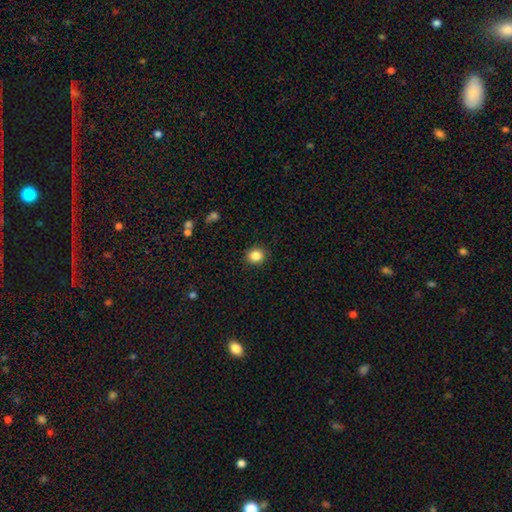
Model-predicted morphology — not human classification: smooth-or-featured: smooth: 86% | star or artifact: 10% | featured or disk: 4%
  how-rounded: round: 73% | in between: 26% | cigar-shaped: 1%
  merging: none: 90% | minor disturbance: 7% | major disturbance: 2% | merger: 1%